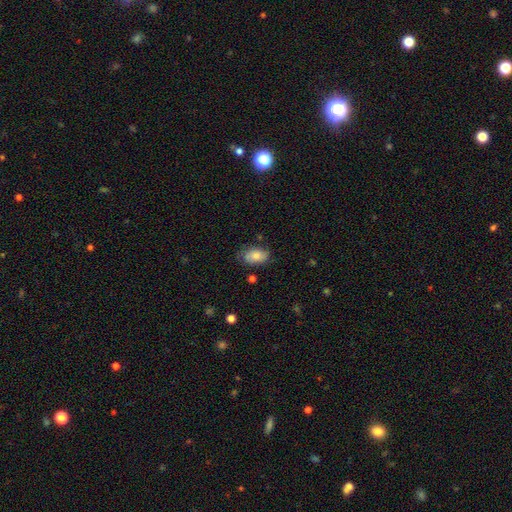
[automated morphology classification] smooth_or_featured: smooth (p=0.73) [alt: featured or disk p=0.20]
how_rounded: in between (p=0.90) [alt: round p=0.08]
merging: none (p=0.69) [alt: minor disturbance p=0.23]